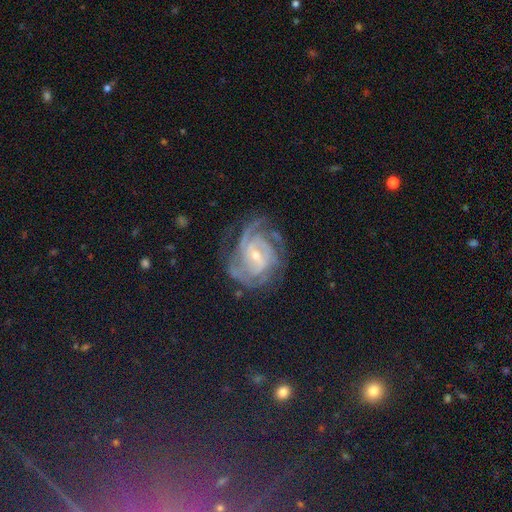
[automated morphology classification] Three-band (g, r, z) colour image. It shows a featured or disk galaxy (88%) with a weak bar (47%), 3 (29%) tight (61%) spiral arms (97%) and a small central bulge (62%). Merging: none (65%).